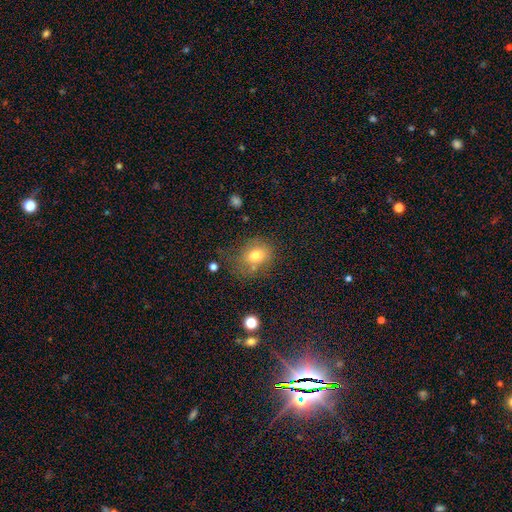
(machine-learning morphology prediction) type=smooth (74%); roundness=round (50%); merging=none (55%).